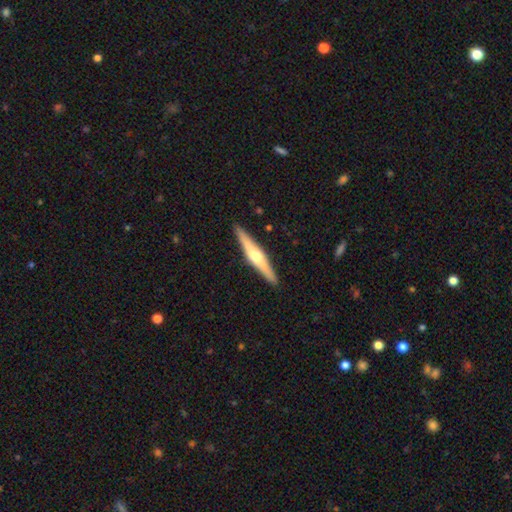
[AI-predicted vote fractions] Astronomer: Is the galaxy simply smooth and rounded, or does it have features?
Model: featured or disk — 67%.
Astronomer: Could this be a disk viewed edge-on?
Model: yes — 97%.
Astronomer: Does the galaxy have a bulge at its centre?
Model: rounded — 92%.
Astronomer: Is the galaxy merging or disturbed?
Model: none — 91%.